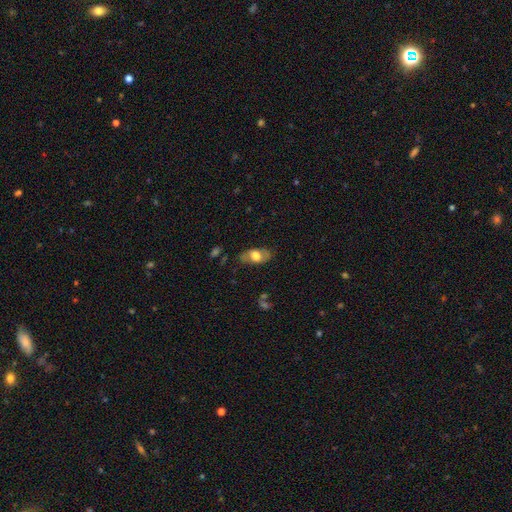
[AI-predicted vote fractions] Q: Smooth or featured?
A: smooth (59%); runner-up: featured or disk (34%)
Q: How rounded?
A: in between (89%); runner-up: round (6%)
Q: Merging?
A: none (74%); runner-up: minor disturbance (18%)